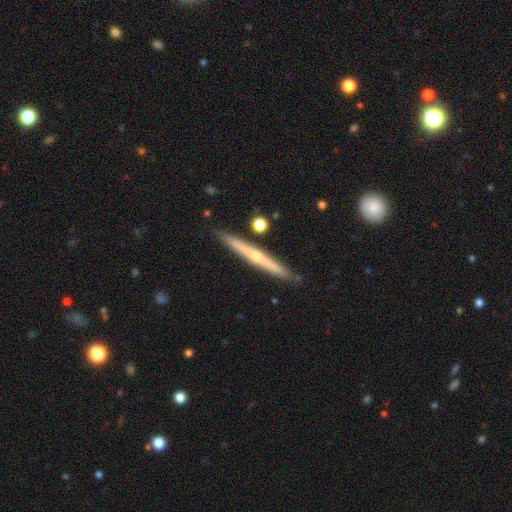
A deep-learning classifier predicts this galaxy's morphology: A featured or disk galaxy (68%) viewed edge-on (97%) with a rounded central bulge (65%). Merging: none (89%).